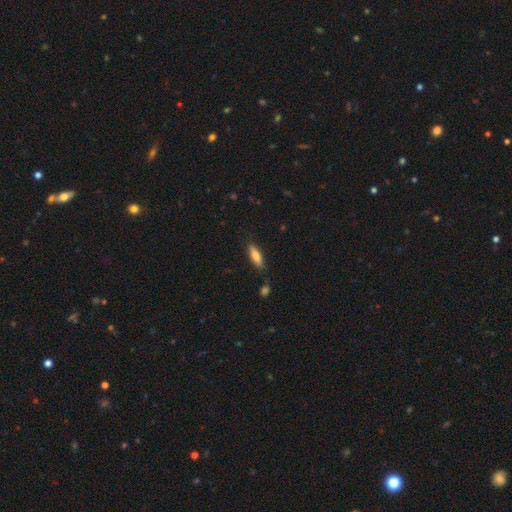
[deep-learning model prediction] Smooth or featured: smooth — 80% (featured or disk — 14%)
How rounded: in between — 54% (cigar-shaped — 44%)
Merging: none — 80% (minor disturbance — 15%)